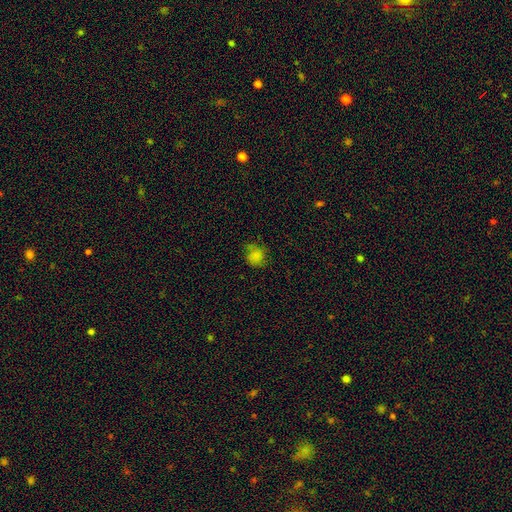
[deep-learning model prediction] Smooth or featured? Predicted: smooth (p=0.78). How rounded? Predicted: round (p=0.81). Merging? Predicted: none (p=0.62).